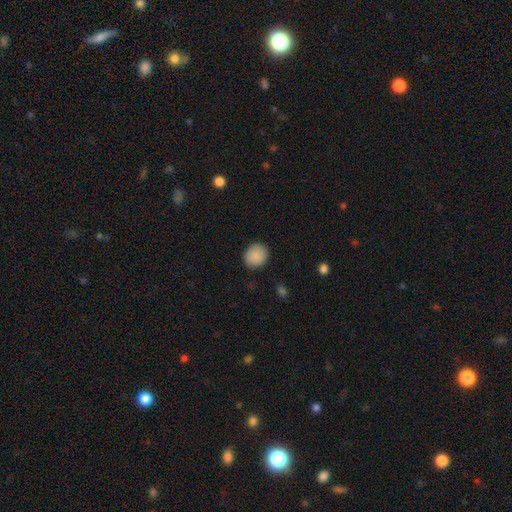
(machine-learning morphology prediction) The model was most divided on "how rounded": round: 77%, in between: 22%, cigar-shaped: 1%. More confident: smooth or featured — smooth (89%); merging — none (87%).